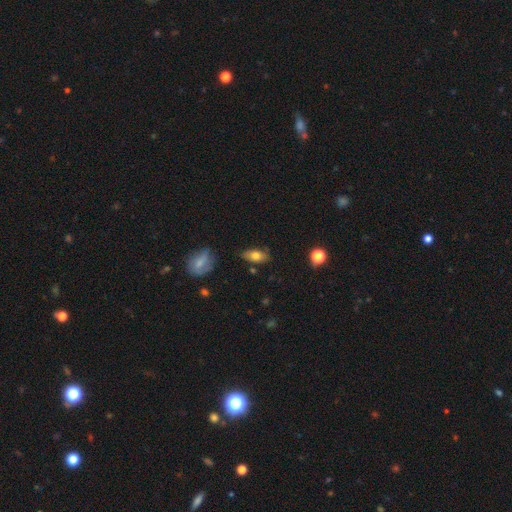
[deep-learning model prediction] Q: Smooth or featured?
A: smooth (71%); runner-up: featured or disk (21%)
Q: How rounded?
A: in between (86%); runner-up: cigar-shaped (8%)
Q: Merging?
A: none (73%); runner-up: minor disturbance (20%)